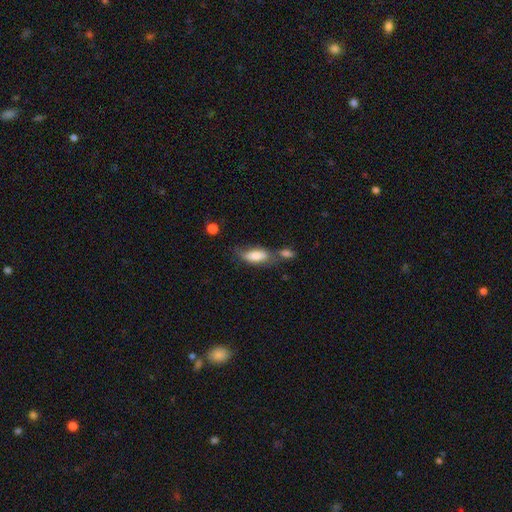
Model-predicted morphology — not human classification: Smooth or featured?
  - smooth: 77% *
  - featured or disk: 16%
  - star or artifact: 7%
How rounded?
  - in between: 82% *
  - cigar-shaped: 16%
  - round: 3%
Merging?
  - none: 38% *
  - merger: 30%
  - minor disturbance: 21%
  - major disturbance: 10%